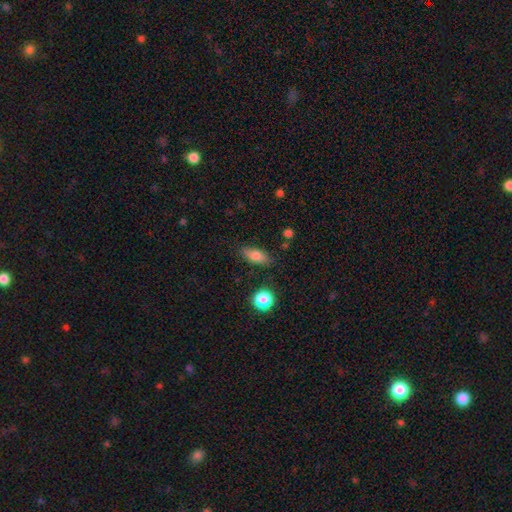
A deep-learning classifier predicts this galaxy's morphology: This is likely a smooth galaxy (79%). How rounded: likely in between (77%). Merging: clearly none (80%).